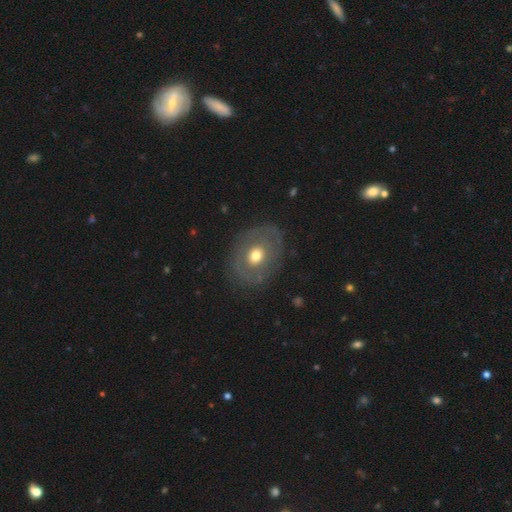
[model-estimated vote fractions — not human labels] Smooth or featured? smooth (48%)
Merging? none (79%)